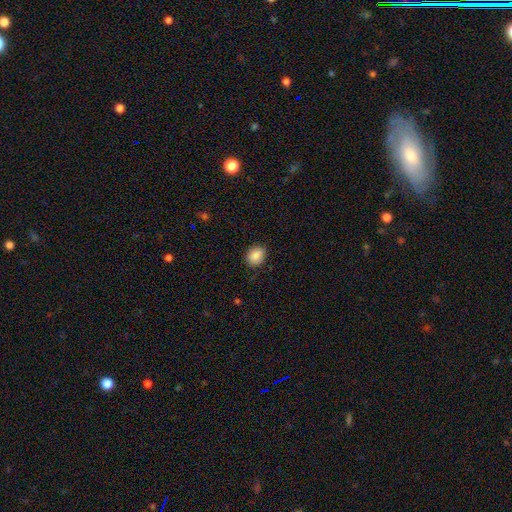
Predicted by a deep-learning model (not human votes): smooth_or_featured: smooth (p=0.88) [alt: star or artifact p=0.08]
how_rounded: round (p=0.50) [alt: in between p=0.49]
merging: none (p=0.82) [alt: minor disturbance p=0.14]